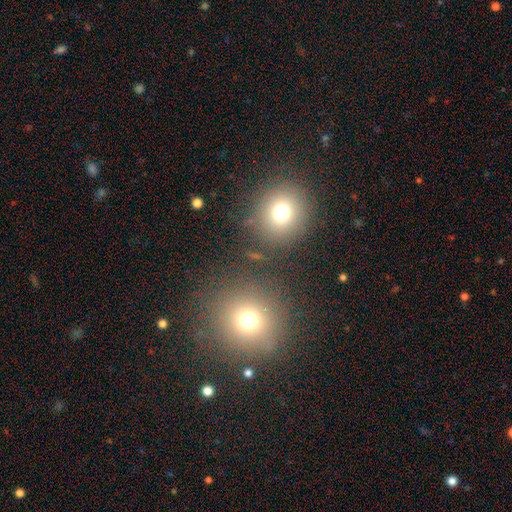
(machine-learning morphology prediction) The model was most divided on "smooth or featured": smooth: 53%, star or artifact: 35%, featured or disk: 12%. More confident: how rounded — round (89%); merging — none (77%).